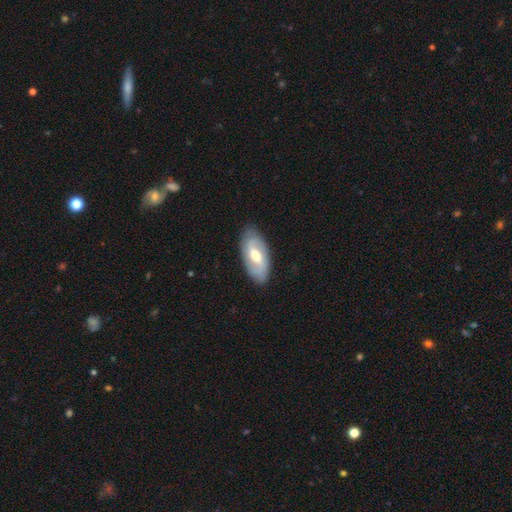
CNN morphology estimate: type=featured or disk (67%); edge-on=no (91%); bar=weak (52%); spiral arms=yes (79%); bulge=moderate (72%); merging=none (84%).